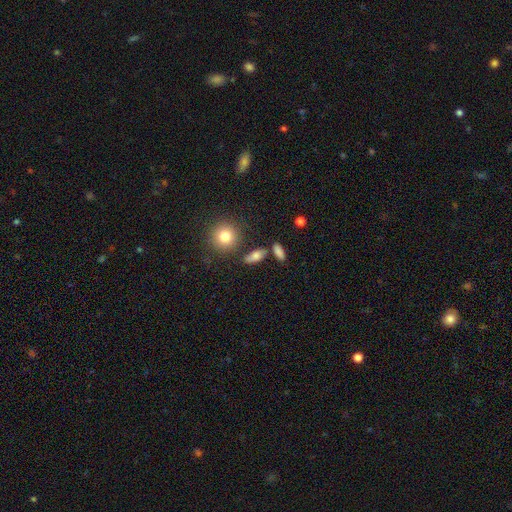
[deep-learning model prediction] Morphology: type=smooth (74%); roundness=in between (64%); merging=none (75%).